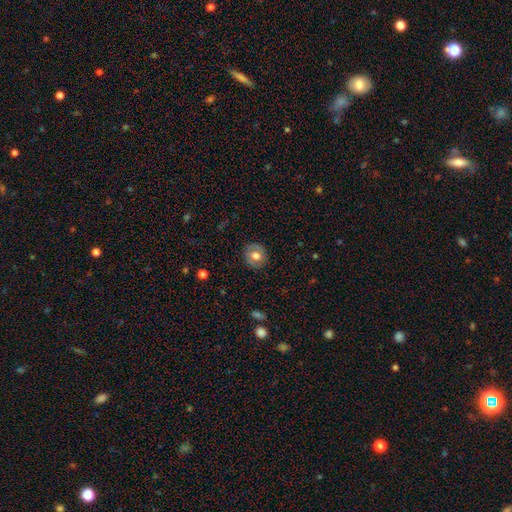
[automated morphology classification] Smooth or featured?
  - smooth: 63% *
  - featured or disk: 29%
  - star or artifact: 8%
How rounded?
  - round: 74% *
  - in between: 25%
  - cigar-shaped: 1%
Merging?
  - none: 84% *
  - minor disturbance: 11%
  - major disturbance: 3%
  - merger: 1%